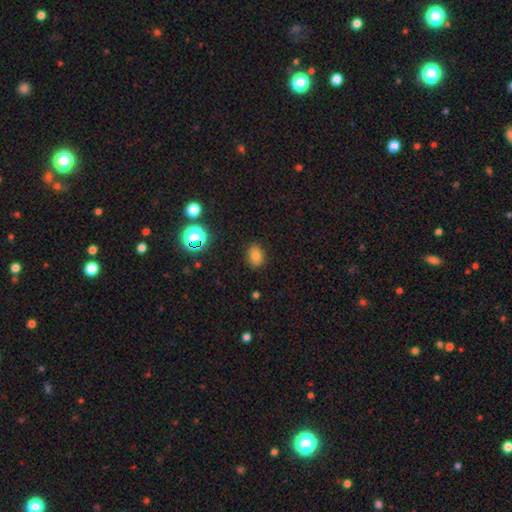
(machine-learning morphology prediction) This appears to be a smooth galaxy with no disk features (76%) that is in between round and cigar-shaped (61%). Merging: none (86%).